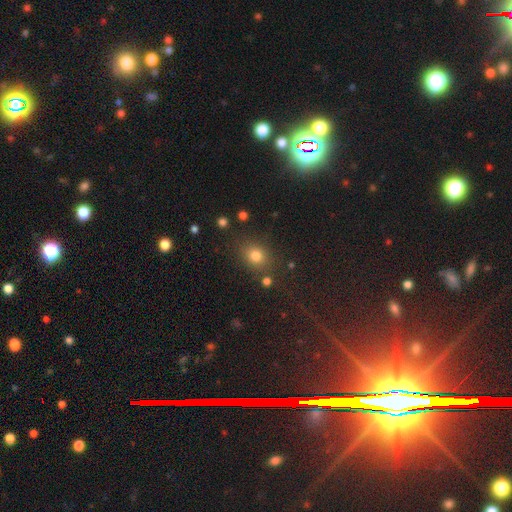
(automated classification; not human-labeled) Morphology: type=smooth (78%); roundness=round (60%); merging=none (80%).